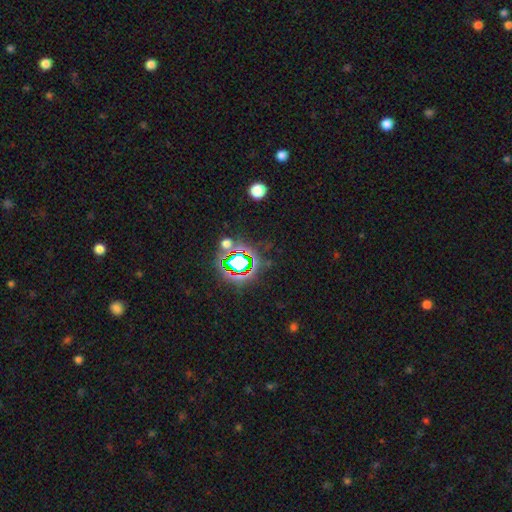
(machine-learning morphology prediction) A star or artifact, not a galaxy (79%).

Vote fractions:
- Smooth or featured? star or artifact: 79% / smooth: 13% / featured or disk: 8%